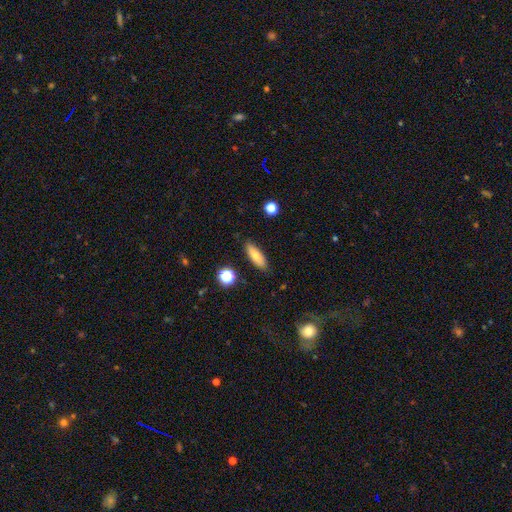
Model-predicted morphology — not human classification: Overall: smooth (74%). How rounded: in between (58%; cigar-shaped 39%). Merging: none (86%).